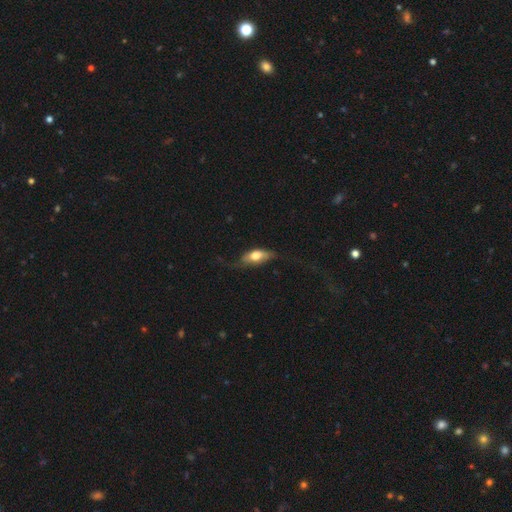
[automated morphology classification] A smooth galaxy with no disk features (59%) that is in between round and cigar-shaped (80%). Merging: none (43%).